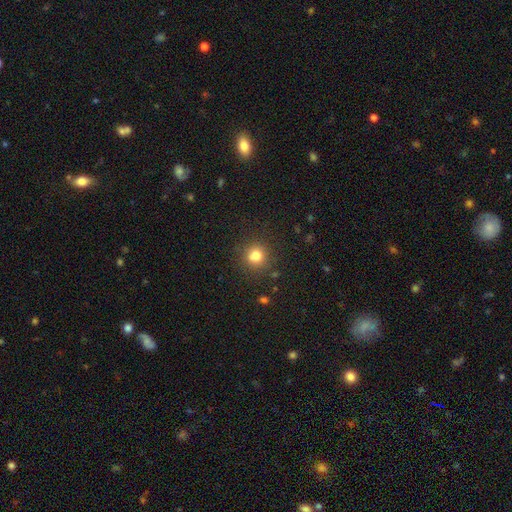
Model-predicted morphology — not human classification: type=smooth (80%); roundness=round (90%); merging=none (85%).